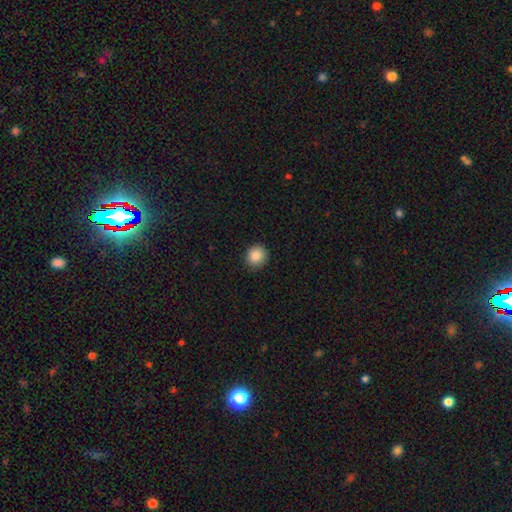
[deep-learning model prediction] Overall: smooth (87%). How rounded: round (88%). Merging: none (89%).